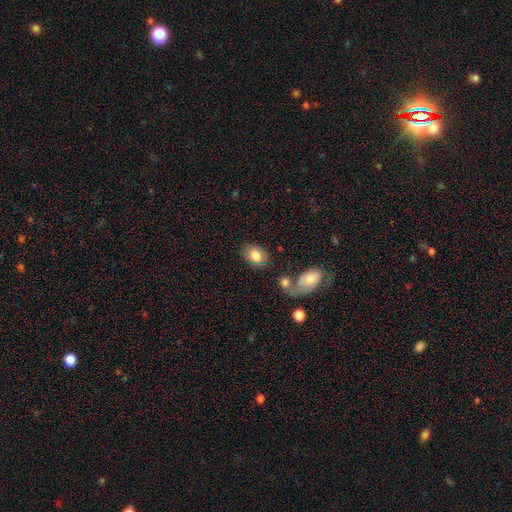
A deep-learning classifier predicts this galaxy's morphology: Overall: smooth (80%). How rounded: in between (80%). Merging: none (73%).